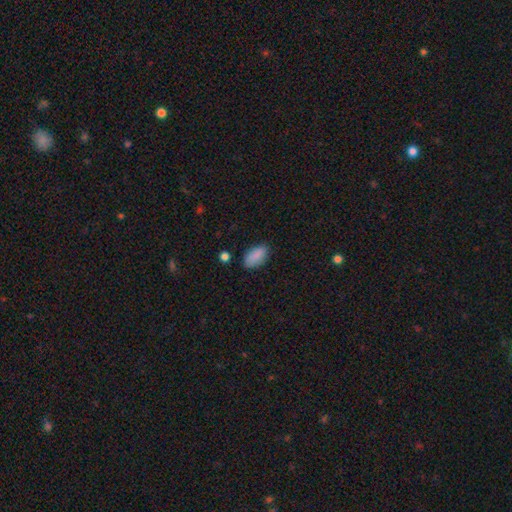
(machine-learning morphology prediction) A smooth galaxy with no disk features (88%) that is in between round and cigar-shaped (92%). Merging: none (81%).